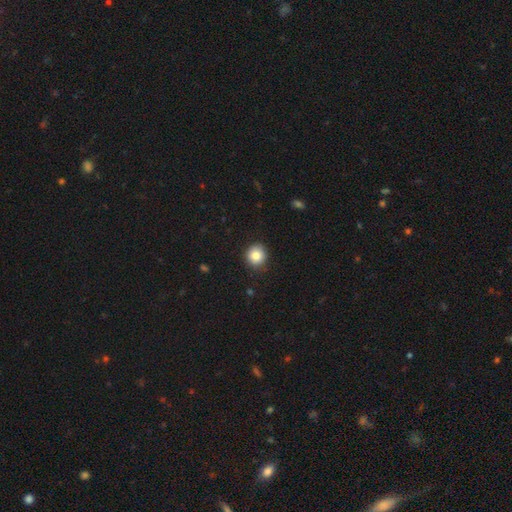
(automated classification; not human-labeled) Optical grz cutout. It shows a smooth galaxy with no disk features (84%) that is round (90%). Merging: none (88%).